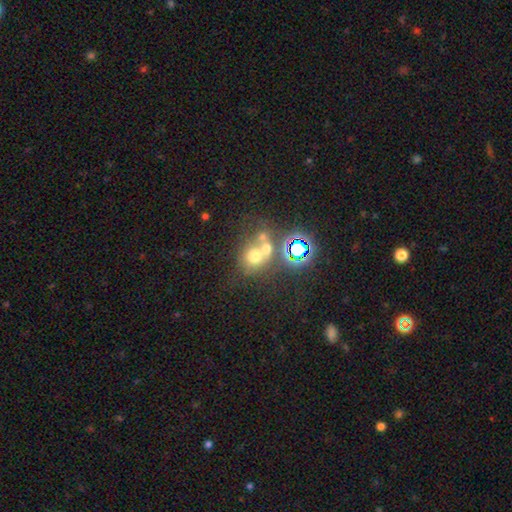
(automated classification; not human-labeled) A smooth galaxy with no disk features (54%) that is round (75%).

Vote fractions:
- Smooth or featured? smooth: 54% / star or artifact: 27% / featured or disk: 19%
- How rounded? round: 75% / in between: 24% / cigar-shaped: 1%
- Merging? merger: 46% / none: 39% / minor disturbance: 9% / major disturbance: 6%